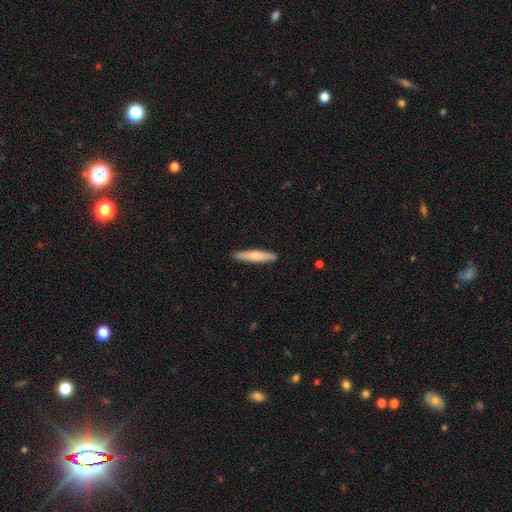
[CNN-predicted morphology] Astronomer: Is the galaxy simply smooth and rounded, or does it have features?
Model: smooth — 71%.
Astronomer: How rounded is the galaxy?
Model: cigar-shaped — 91%.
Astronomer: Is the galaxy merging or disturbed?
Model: none — 91%.